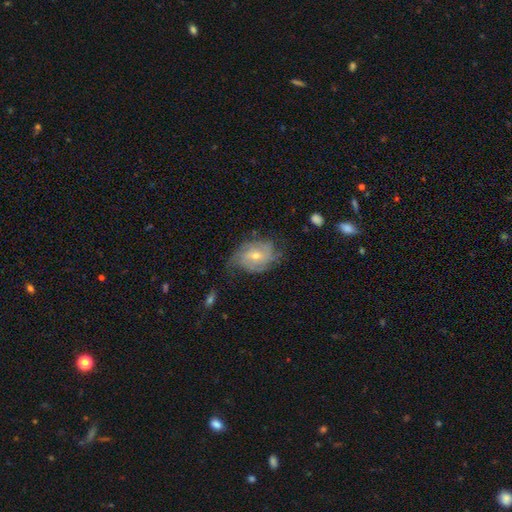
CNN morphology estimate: featured or disk 71%, smooth 21%, star or artifact 8%. Down the decision tree: edge-on disk — no (96%); bar — no (54%); spiral arms — yes (88%); spiral arm count — can't tell (40%); spiral winding — tight (52%); bulge size — small (50%); merging — none (58%).